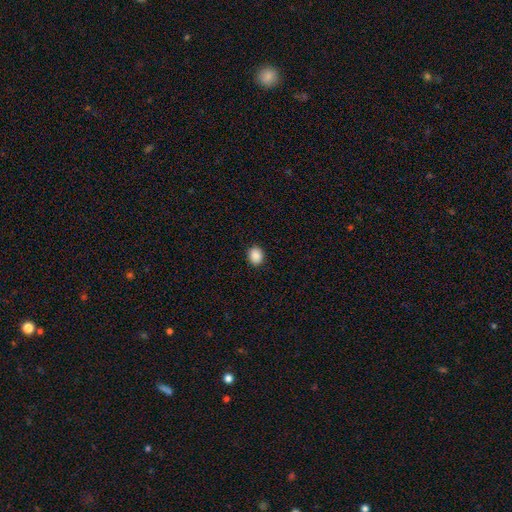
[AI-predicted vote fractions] This appears to be a smooth galaxy with no disk features (89%) that is round (58%). Merging: none (90%).